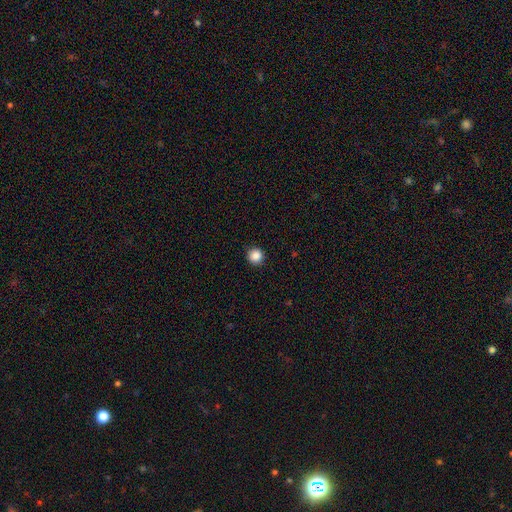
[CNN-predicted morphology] Smooth or featured? Predicted: smooth (p=0.87). How rounded? Predicted: round (p=0.95). Merging? Predicted: none (p=0.92).